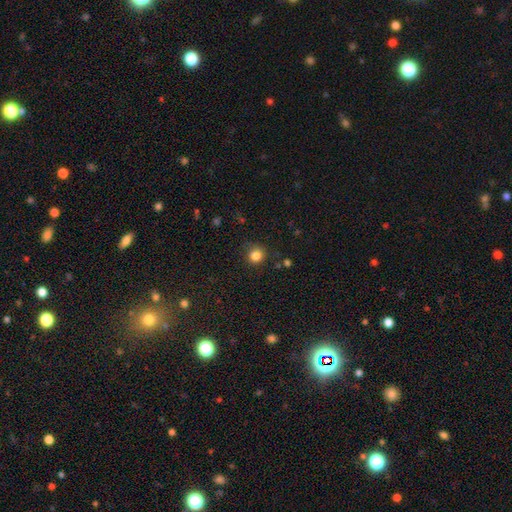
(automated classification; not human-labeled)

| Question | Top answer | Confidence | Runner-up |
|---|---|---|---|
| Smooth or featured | smooth | 83% | star or artifact (12%) |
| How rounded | round | 91% | in between (8%) |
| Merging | none | 83% | minor disturbance (12%) |